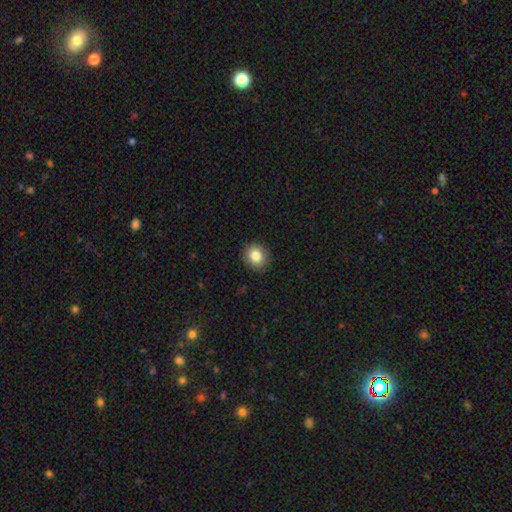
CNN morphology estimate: type=smooth (83%); roundness=round (76%); merging=none (91%).